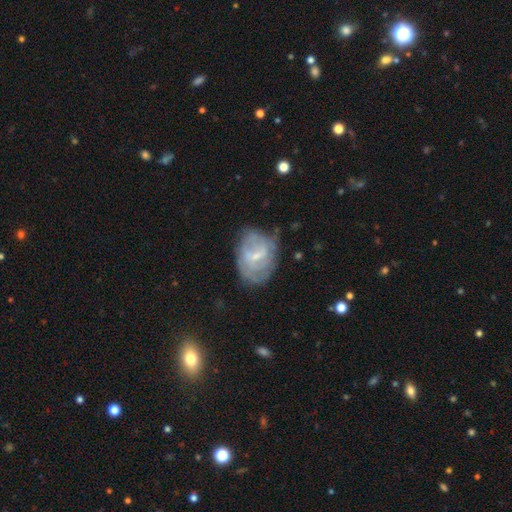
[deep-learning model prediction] Smooth or featured: featured or disk — 65% (smooth — 28%)
Edge-on disk: no — 97% (yes — 3%)
Bar: weak — 58% (no — 27%)
Spiral arms: yes — 68% (no — 32%)
Bulge size: small — 61% (moderate — 26%)
Merging: none — 58% (minor disturbance — 27%)